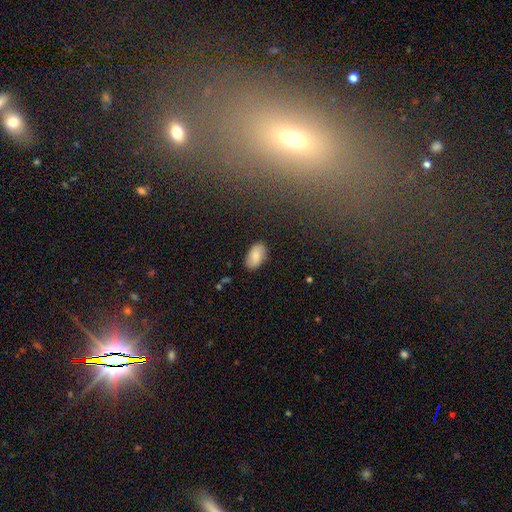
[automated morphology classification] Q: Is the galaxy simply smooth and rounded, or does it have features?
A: smooth — 83%.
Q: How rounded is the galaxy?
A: in between — 94%.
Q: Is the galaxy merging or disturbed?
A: none — 84%.